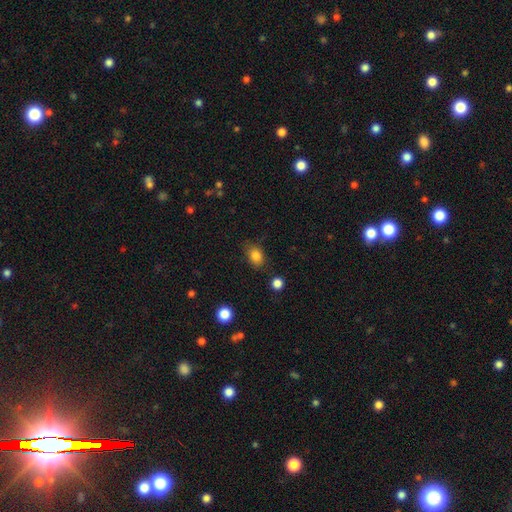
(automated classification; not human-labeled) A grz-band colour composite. It shows a smooth galaxy with no disk features (83%) that is in between round and cigar-shaped (67%). Merging: none (76%).